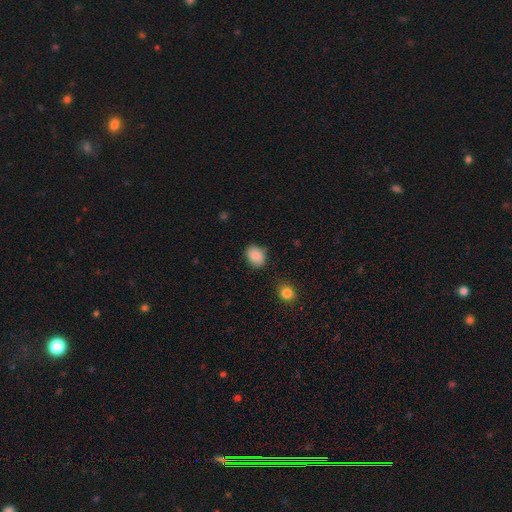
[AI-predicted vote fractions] The model was most divided on "how rounded": in between: 67%, round: 32%, cigar-shaped: 1%. More confident: smooth or featured — smooth (87%); merging — none (77%).